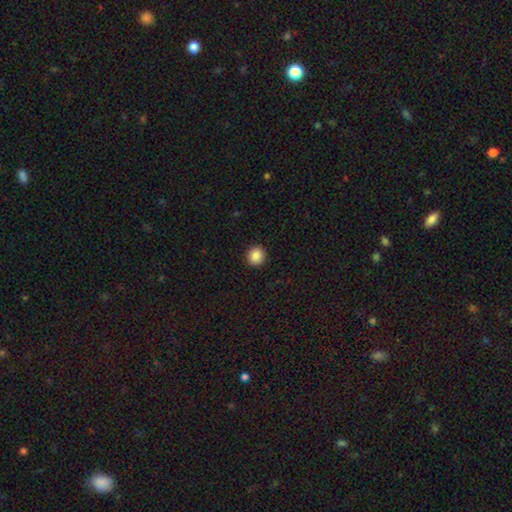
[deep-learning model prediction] A smooth galaxy with no disk features (87%) that is round (87%).

Vote fractions:
- Smooth or featured? smooth: 87% / star or artifact: 9% / featured or disk: 4%
- How rounded? round: 87% / in between: 12% / cigar-shaped: 1%
- Merging? none: 92% / minor disturbance: 5% / major disturbance: 2% / merger: 1%